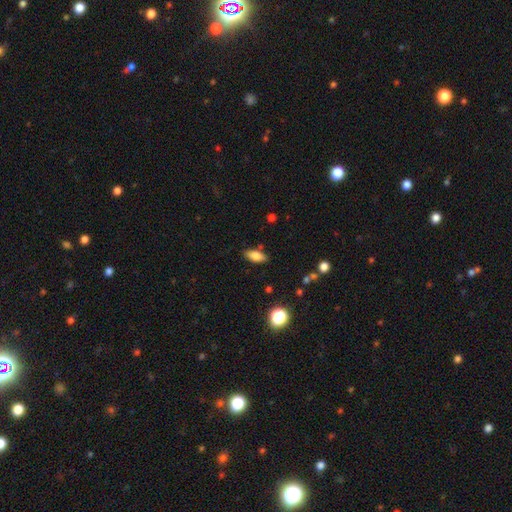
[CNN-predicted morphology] This appears to be a smooth galaxy with no disk features (80%) that is in between round and cigar-shaped (85%). Merging: none (83%).